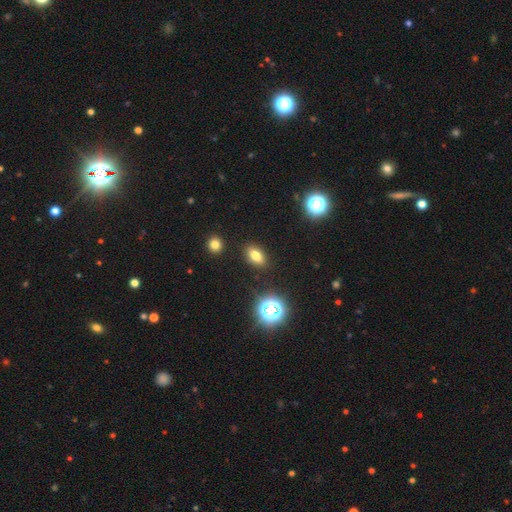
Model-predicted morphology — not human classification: Smooth or featured? smooth (73%)
How rounded? in between (85%)
Merging? none (88%)